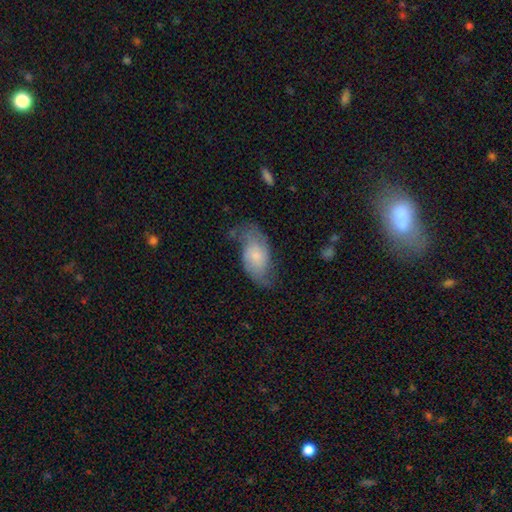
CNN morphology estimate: Smooth or featured? Predicted: featured or disk (p=0.48). Merging? Predicted: none (p=0.52).